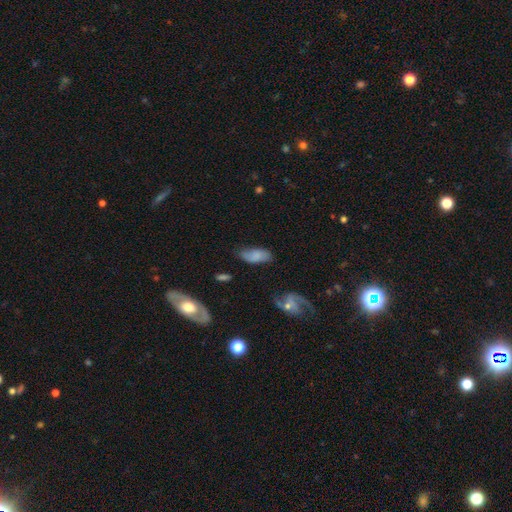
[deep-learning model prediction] Morphology: type=smooth (71%); roundness=in between (89%); merging=none (63%).